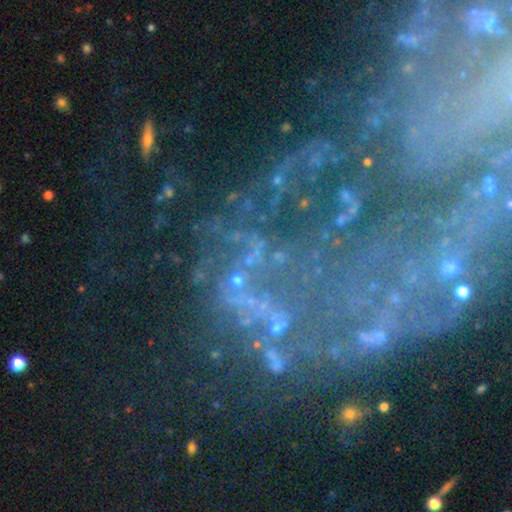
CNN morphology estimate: smooth_or_featured: star or artifact (p=0.43) [alt: featured or disk p=0.41]